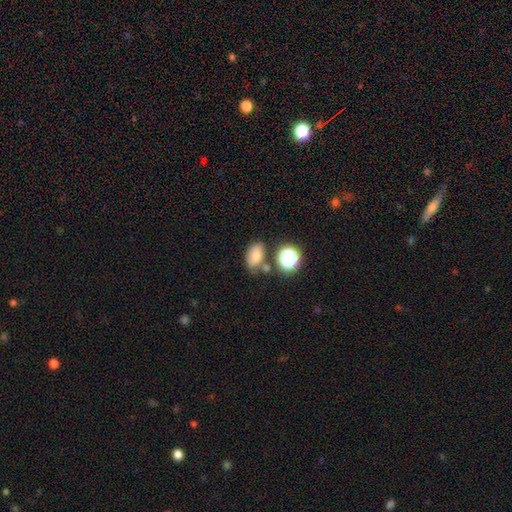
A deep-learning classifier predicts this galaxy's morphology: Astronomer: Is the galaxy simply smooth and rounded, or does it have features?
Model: smooth — 76%.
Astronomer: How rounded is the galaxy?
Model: in between — 82%.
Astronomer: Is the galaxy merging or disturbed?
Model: none — 63%.